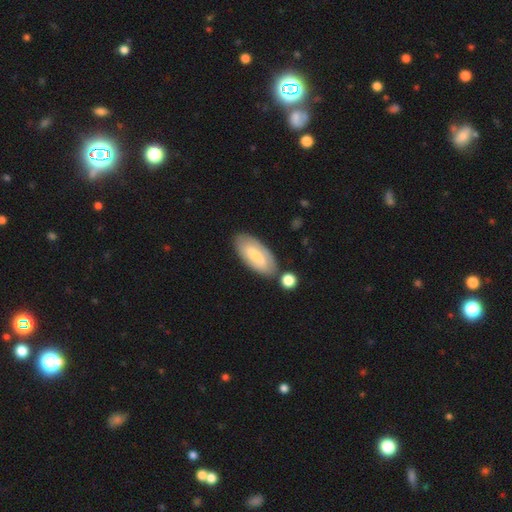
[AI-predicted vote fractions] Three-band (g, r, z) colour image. It shows a smooth galaxy with no disk features (53%) that is in between round and cigar-shaped (84%). Merging: none (71%).